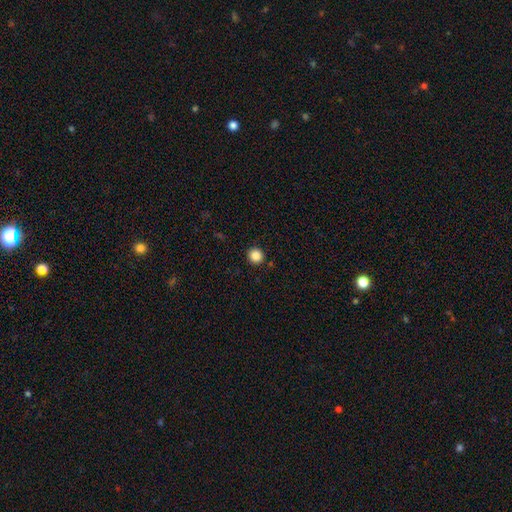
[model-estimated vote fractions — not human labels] Morphology: type=smooth (85%); roundness=round (94%); merging=none (92%).